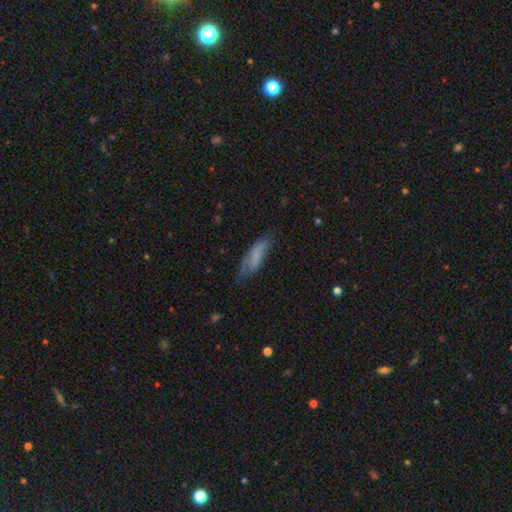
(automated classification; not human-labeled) Smooth or featured: smooth — 67% (featured or disk — 25%)
How rounded: cigar-shaped — 51% (in between — 47%)
Merging: none — 60% (minor disturbance — 28%)